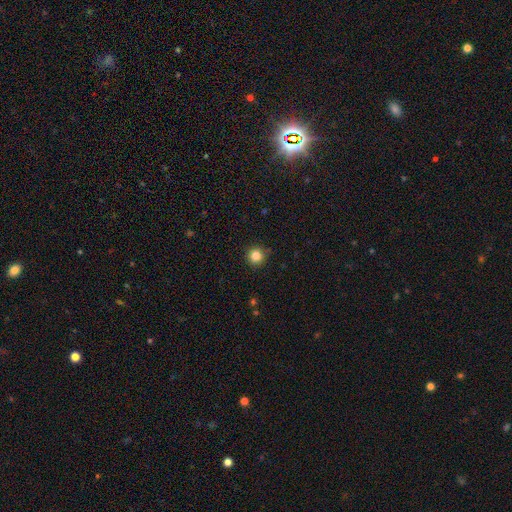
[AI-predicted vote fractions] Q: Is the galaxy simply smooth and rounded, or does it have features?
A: smooth — 84%.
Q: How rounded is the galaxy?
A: round — 95%.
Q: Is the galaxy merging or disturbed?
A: none — 90%.